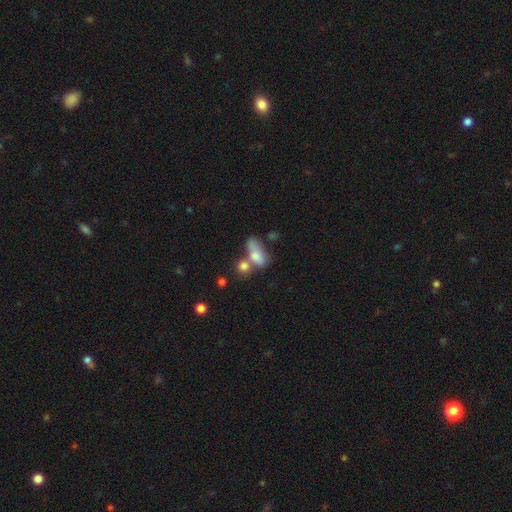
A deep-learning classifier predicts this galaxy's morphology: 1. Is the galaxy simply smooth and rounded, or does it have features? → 71% smooth, 19% featured or disk, 10% star or artifact.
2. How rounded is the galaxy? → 79% in between, 13% round, 9% cigar-shaped.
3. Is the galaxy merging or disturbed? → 46% merger, 24% none, 15% minor disturbance, 15% major disturbance.